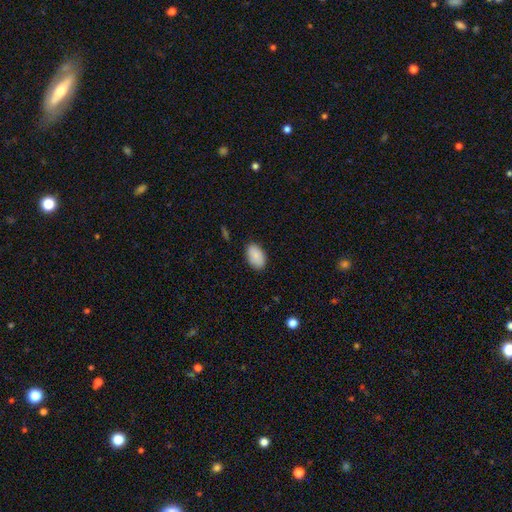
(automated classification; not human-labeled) smooth_or_featured: smooth (p=0.88) [alt: star or artifact p=0.06]
how_rounded: in between (p=0.93) [alt: round p=0.05]
merging: none (p=0.85) [alt: minor disturbance p=0.11]